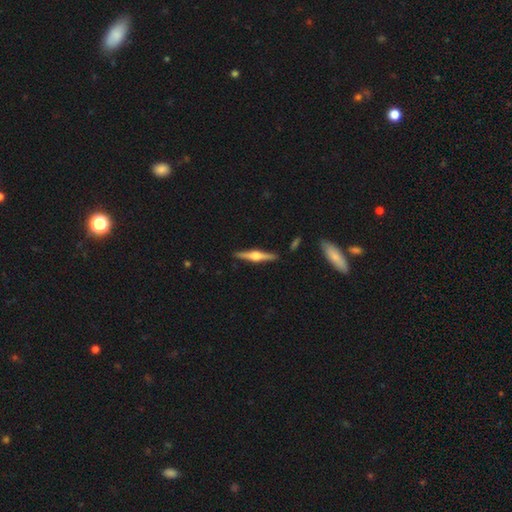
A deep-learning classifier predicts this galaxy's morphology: Overall: featured or disk (77%). Edge-on disk: yes (98%). Edge-on bulge: rounded (94%). Merging: none (90%).